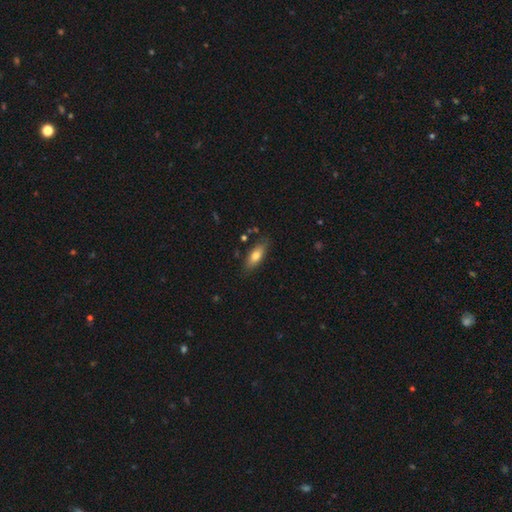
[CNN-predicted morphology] type=smooth (73%); roundness=in between (71%); merging=none (81%).